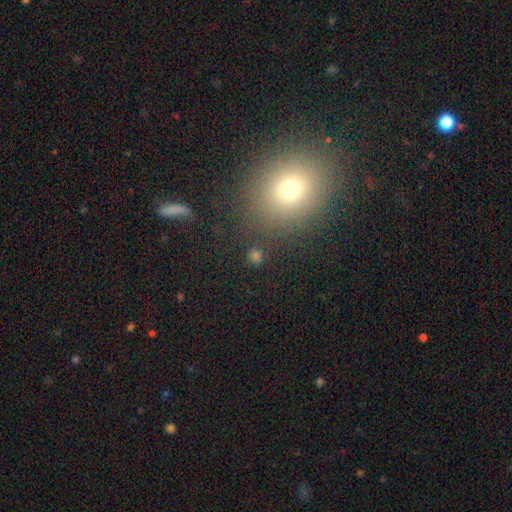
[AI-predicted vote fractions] Smooth or featured?
  - smooth: 65% *
  - star or artifact: 26%
  - featured or disk: 9%
How rounded?
  - round: 84% *
  - in between: 14%
  - cigar-shaped: 2%
Merging?
  - none: 81% *
  - minor disturbance: 8%
  - merger: 6%
  - major disturbance: 4%